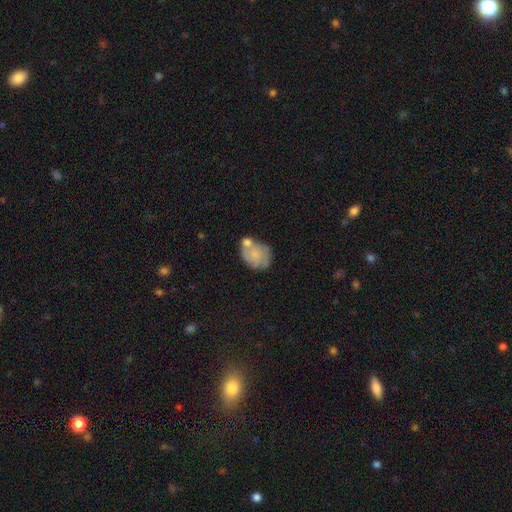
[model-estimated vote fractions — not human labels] smooth 53%, featured or disk 39%, star or artifact 7%. Down the decision tree: how rounded — in between (55%); merging — none (39%).